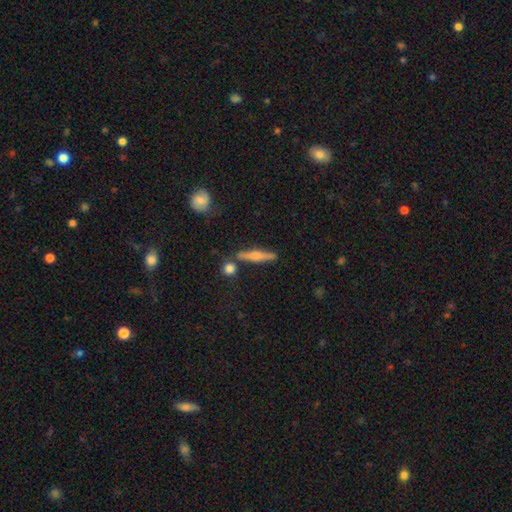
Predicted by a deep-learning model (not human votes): Overall: featured or disk (50%; smooth 43%). Merging: none (80%).